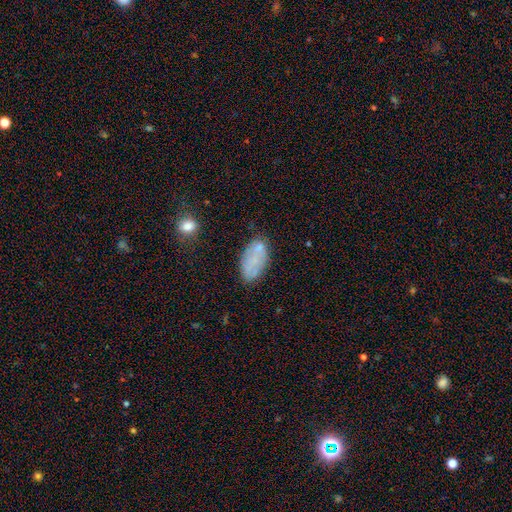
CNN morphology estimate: smooth_or_featured: smooth (p=0.62) [alt: featured or disk p=0.27]
how_rounded: in between (p=0.93) [alt: round p=0.04]
merging: none (p=0.64) [alt: minor disturbance p=0.21]